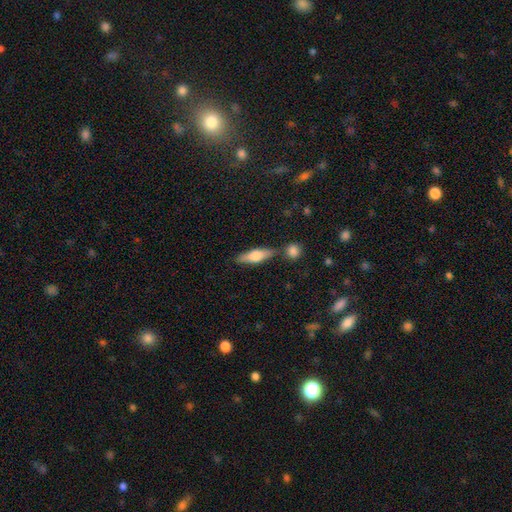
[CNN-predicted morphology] This is possibly a smooth galaxy (59%). How rounded: possibly cigar-shaped (56%). Merging: likely none (73%).